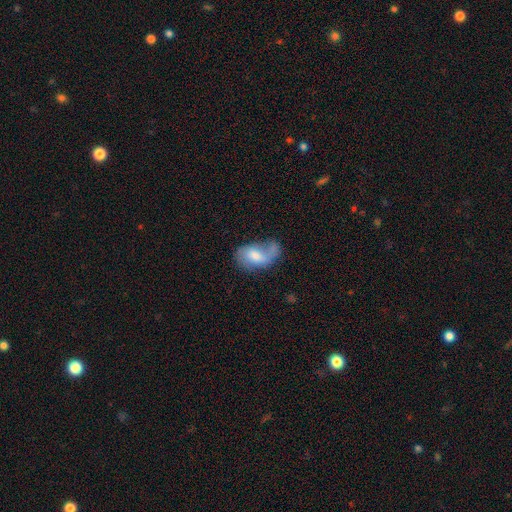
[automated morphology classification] smooth-or-featured: smooth: 47% | featured or disk: 46% | star or artifact: 7%
  merging: none: 37% | minor disturbance: 29% | major disturbance: 26% | merger: 8%